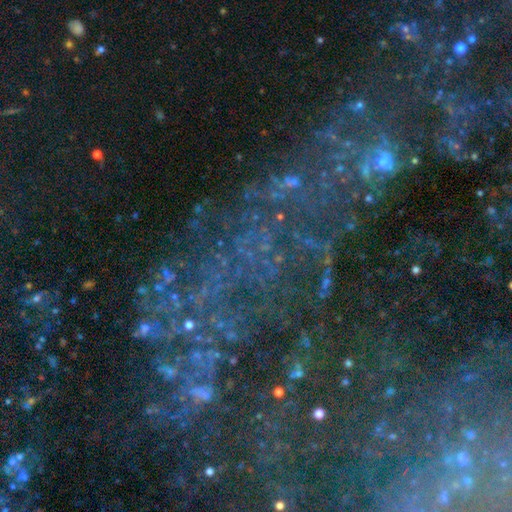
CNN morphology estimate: Q: Smooth or featured?
A: star or artifact (75%); runner-up: featured or disk (14%)